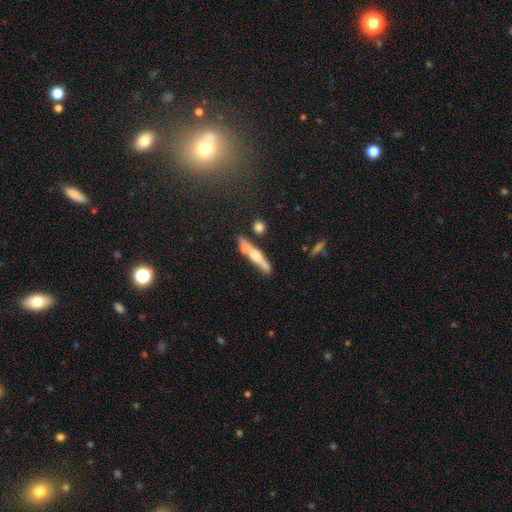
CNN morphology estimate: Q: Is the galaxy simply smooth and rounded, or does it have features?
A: smooth — 48%.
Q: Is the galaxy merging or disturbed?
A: none — 46%.